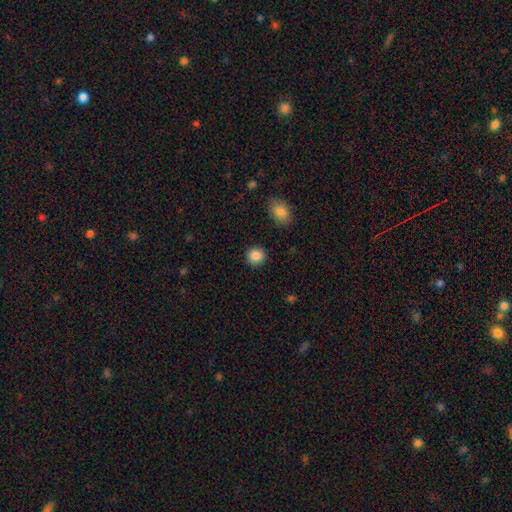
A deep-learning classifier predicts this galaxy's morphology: smooth_or_featured: smooth (p=0.87) [alt: star or artifact p=0.09]
how_rounded: round (p=0.88) [alt: in between p=0.11]
merging: none (p=0.89) [alt: minor disturbance p=0.07]